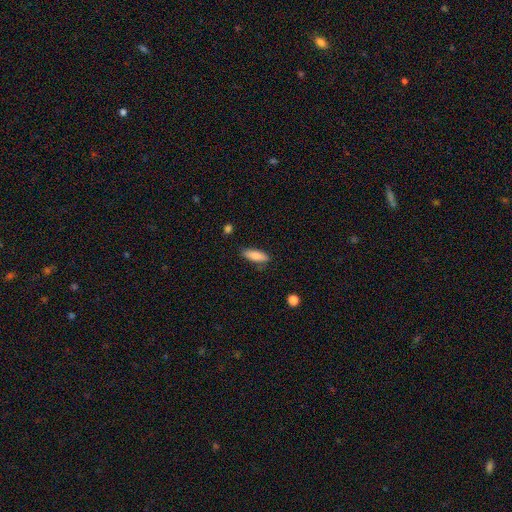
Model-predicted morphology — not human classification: Q: Smooth or featured?
A: smooth (84%); runner-up: featured or disk (9%)
Q: How rounded?
A: in between (57%); runner-up: cigar-shaped (41%)
Q: Merging?
A: none (83%); runner-up: minor disturbance (12%)